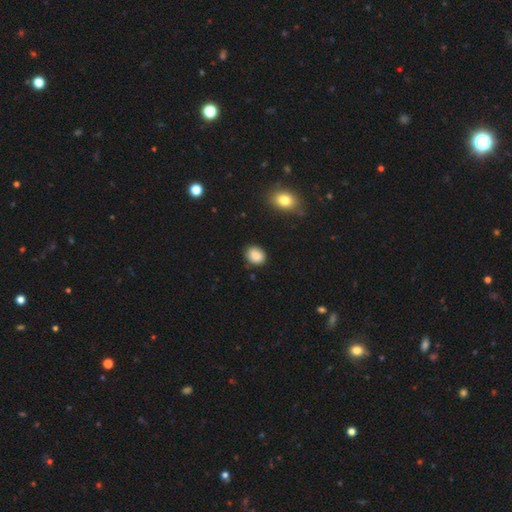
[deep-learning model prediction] Smooth or featured? smooth (87%)
How rounded? round (53%)
Merging? none (86%)